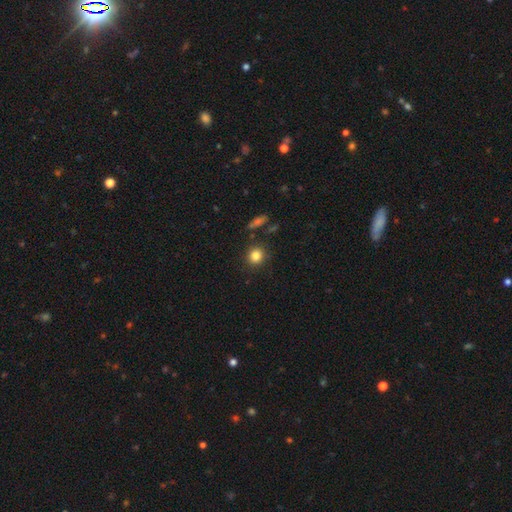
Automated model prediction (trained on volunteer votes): Overall: smooth (83%). How rounded: round (87%). Merging: none (87%).